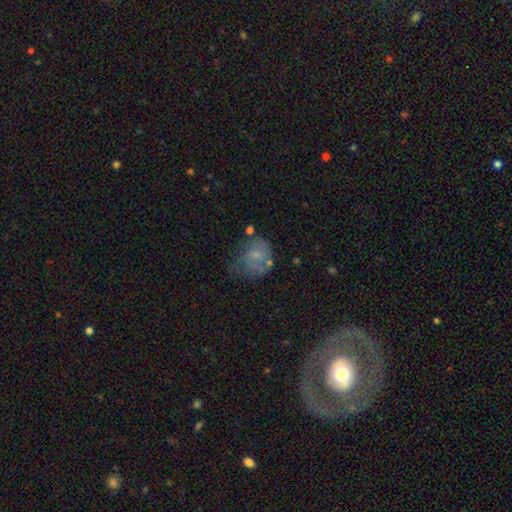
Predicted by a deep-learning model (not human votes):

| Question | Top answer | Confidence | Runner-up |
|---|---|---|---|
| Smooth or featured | smooth | 47% | featured or disk (43%) |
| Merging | none | 40% | minor disturbance (29%) |